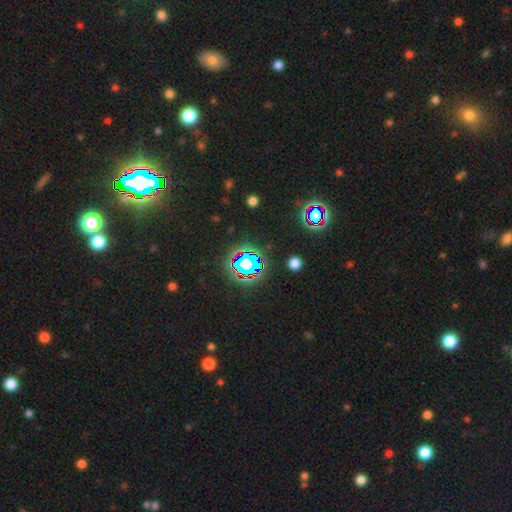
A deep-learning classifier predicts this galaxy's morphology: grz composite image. It shows a star or artifact, not a galaxy (82%).